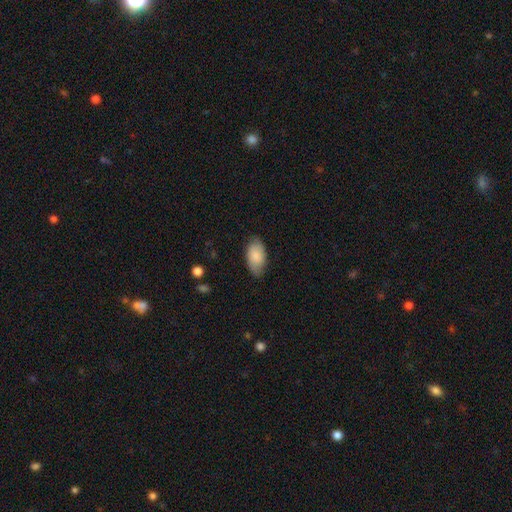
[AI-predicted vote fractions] Smooth or featured: smooth — 82% (featured or disk — 12%)
How rounded: in between — 94% (round — 3%)
Merging: none — 79% (minor disturbance — 17%)